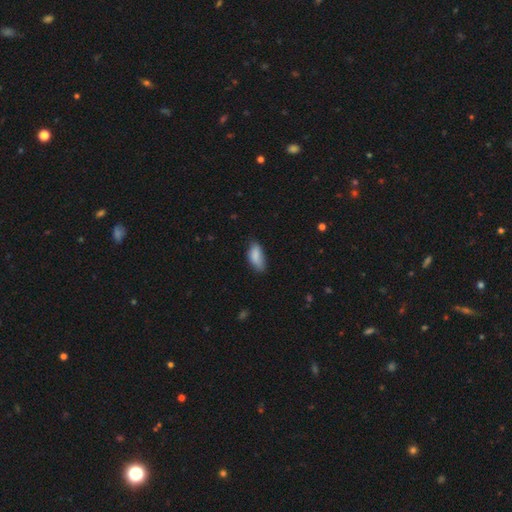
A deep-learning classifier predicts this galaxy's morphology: type=smooth (85%); roundness=in between (86%); merging=none (60%).